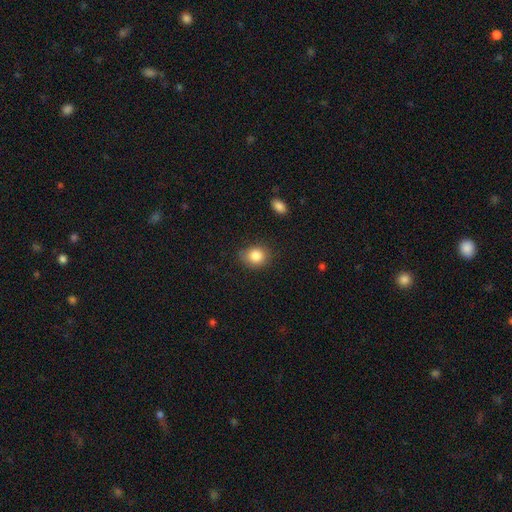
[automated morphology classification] Overall: smooth (85%). How rounded: round (61%; in between 38%). Merging: none (77%).